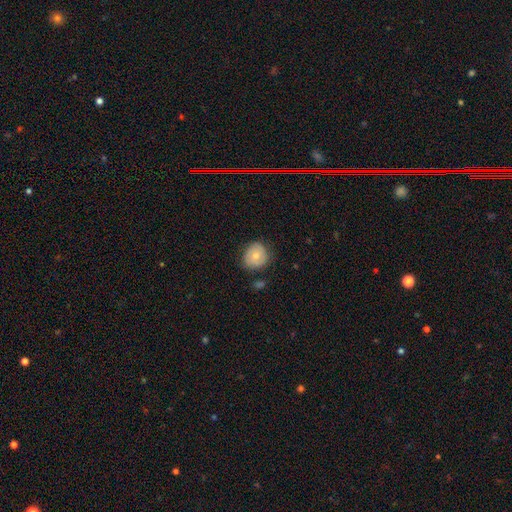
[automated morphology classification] smooth-or-featured: smooth: 65% | featured or disk: 27% | star or artifact: 7%
  how-rounded: round: 82% | in between: 17% | cigar-shaped: 1%
  merging: none: 72% | minor disturbance: 21% | major disturbance: 5% | merger: 2%